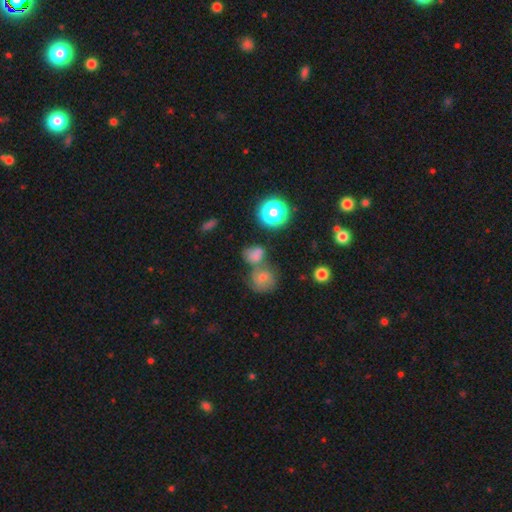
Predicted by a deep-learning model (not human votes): smooth 63%, star or artifact 23%, featured or disk 15%. Down the decision tree: how rounded — round (66%); merging — merger (43%).